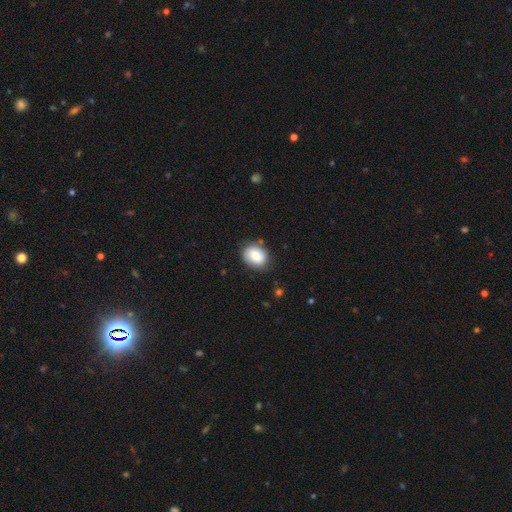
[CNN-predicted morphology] smooth 81%, featured or disk 11%, star or artifact 7%. Down the decision tree: how rounded — in between (54%); merging — none (81%).